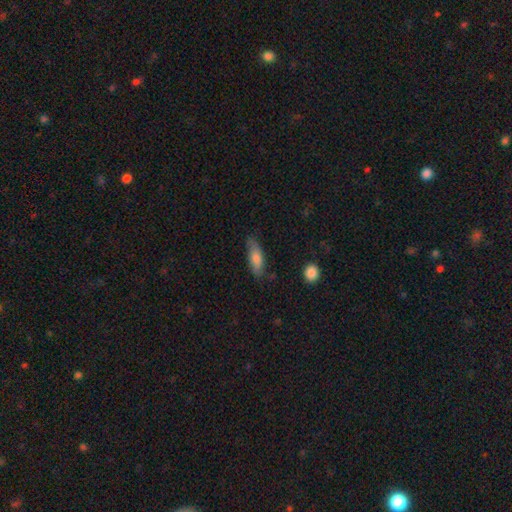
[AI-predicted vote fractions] Q: Smooth or featured?
A: smooth (73%); runner-up: featured or disk (20%)
Q: How rounded?
A: in between (54%); runner-up: cigar-shaped (43%)
Q: Merging?
A: none (76%); runner-up: minor disturbance (19%)